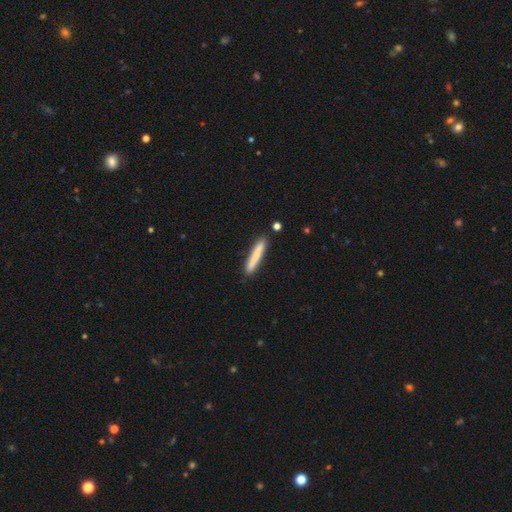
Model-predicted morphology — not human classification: type=smooth (79%); roundness=cigar-shaped (95%); merging=none (88%).